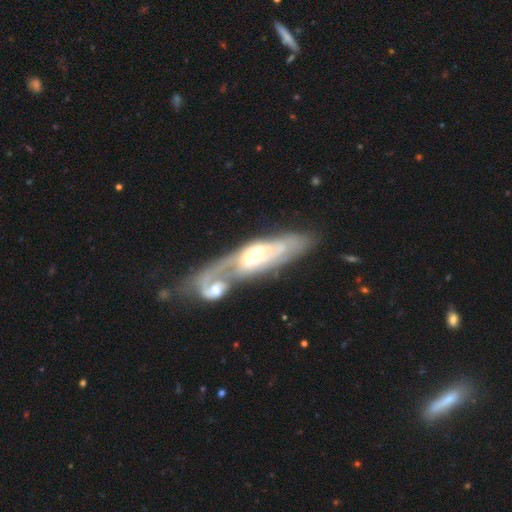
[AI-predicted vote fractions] Q: Smooth or featured?
A: featured or disk (76%); runner-up: smooth (18%)
Q: Edge-on disk?
A: no (82%); runner-up: yes (18%)
Q: Bar?
A: no (48%); runner-up: weak (31%)
Q: Spiral arms?
A: yes (73%); runner-up: no (27%)
Q: Bulge size?
A: moderate (40%); runner-up: large (25%)
Q: Merging?
A: merger (62%); runner-up: none (17%)